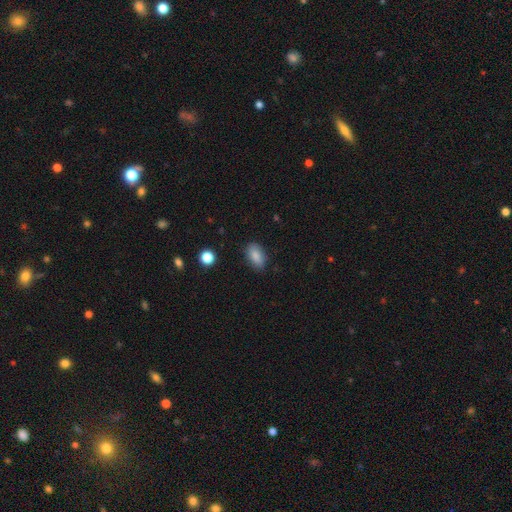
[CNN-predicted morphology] Smooth or featured: smooth — 85% (star or artifact — 8%)
How rounded: in between — 91% (round — 6%)
Merging: none — 84% (minor disturbance — 12%)